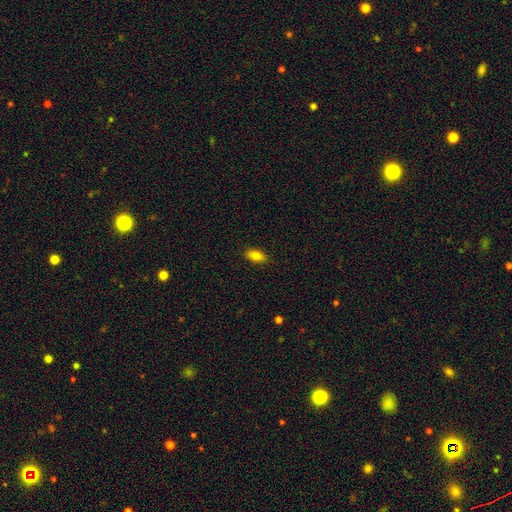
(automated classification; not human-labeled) Overall: smooth (84%). How rounded: in between (88%). Merging: none (85%).